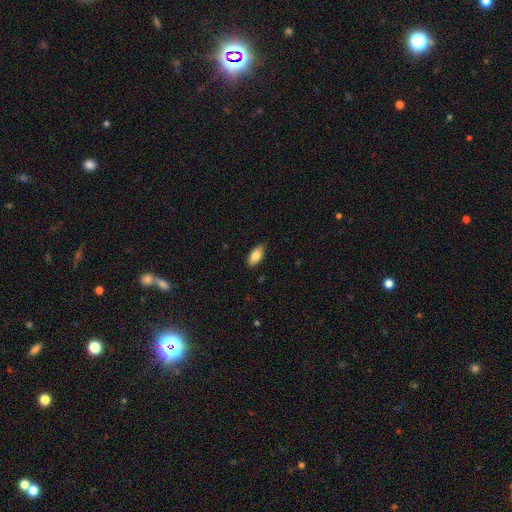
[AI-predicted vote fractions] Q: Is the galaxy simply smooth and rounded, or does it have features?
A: smooth — 83%.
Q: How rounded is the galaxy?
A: in between — 90%.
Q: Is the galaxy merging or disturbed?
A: none — 82%.